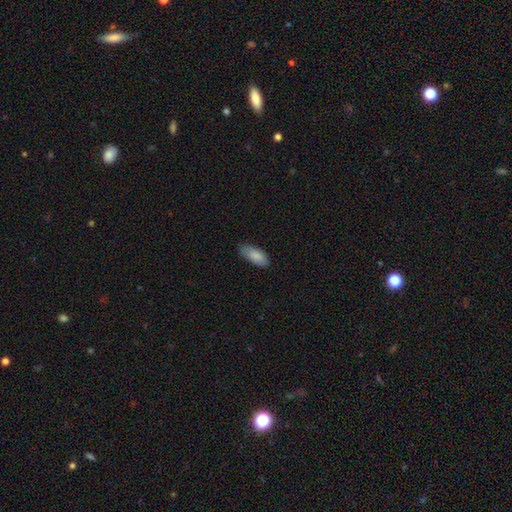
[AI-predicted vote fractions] smooth_or_featured: smooth (p=0.87) [alt: featured or disk p=0.08]
how_rounded: in between (p=0.85) [alt: cigar-shaped p=0.13]
merging: none (p=0.76) [alt: minor disturbance p=0.20]